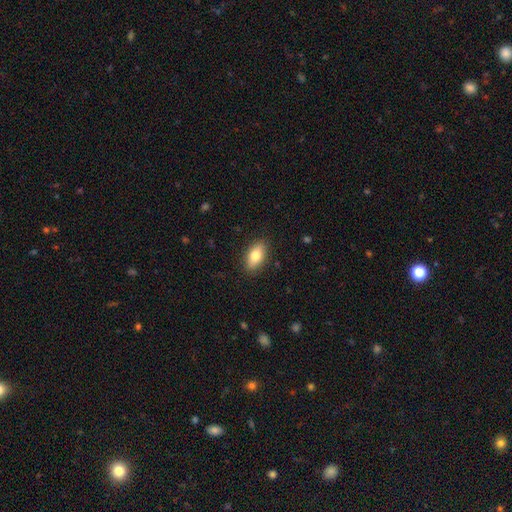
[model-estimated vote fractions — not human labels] A smooth galaxy with no disk features (75%) that is in between round and cigar-shaped (86%). Merging: none (88%).